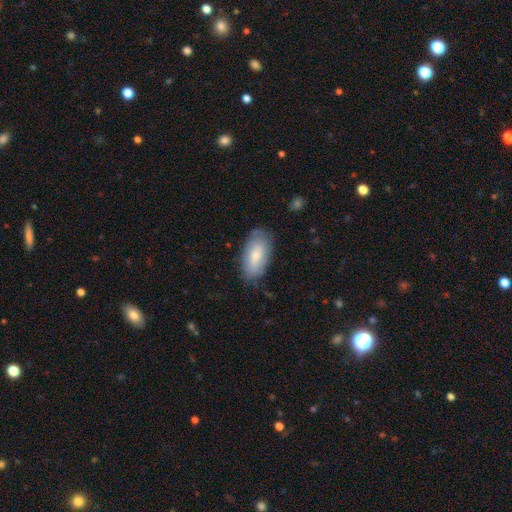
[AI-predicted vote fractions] Smooth or featured? smooth (77%)
How rounded? in between (93%)
Merging? none (77%)